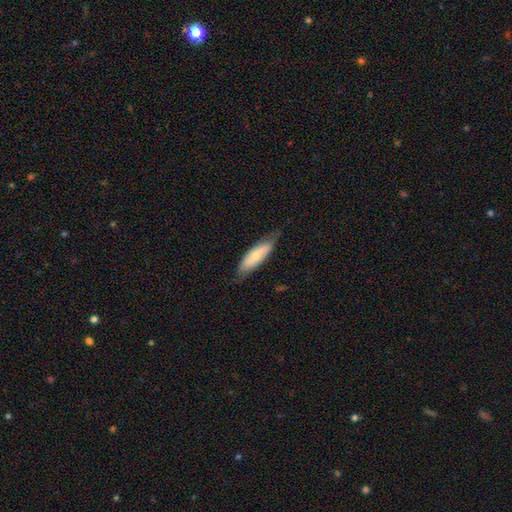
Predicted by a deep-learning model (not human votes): Morphology: type=smooth (60%); roundness=in between (51%); merging=none (70%).